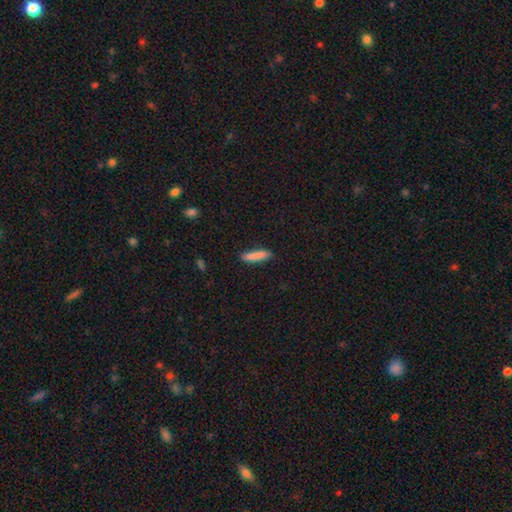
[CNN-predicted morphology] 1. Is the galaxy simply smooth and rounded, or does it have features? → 86% smooth, 8% featured or disk, 6% star or artifact.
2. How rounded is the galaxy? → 82% cigar-shaped, 16% in between, 1% round.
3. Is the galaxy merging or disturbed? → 86% none, 11% minor disturbance, 2% major disturbance, 1% merger.